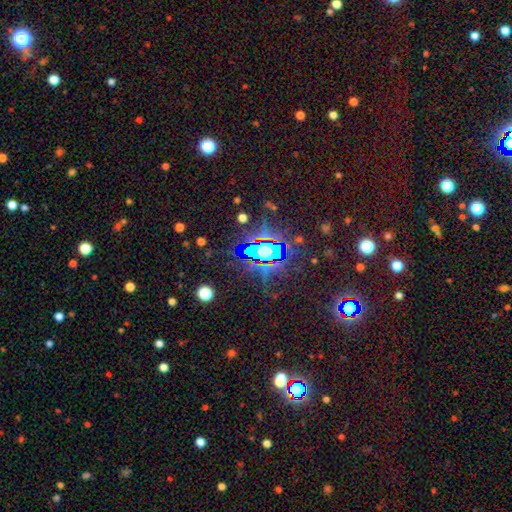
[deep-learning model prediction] The model was most divided on "smooth or featured": star or artifact: 80%, smooth: 10%, featured or disk: 10%.